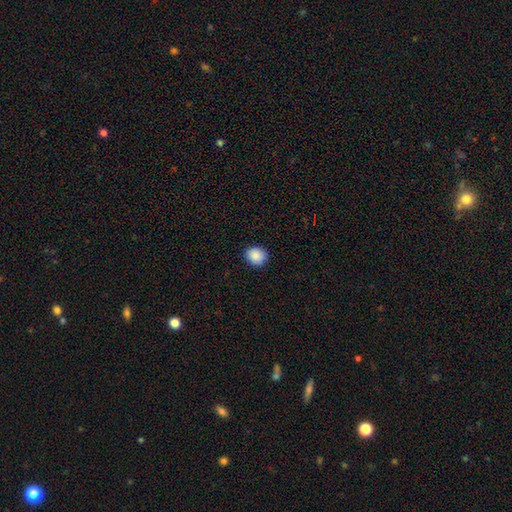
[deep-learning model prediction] This appears to be a smooth galaxy with no disk features (89%) that is round (71%). Merging: none (90%).